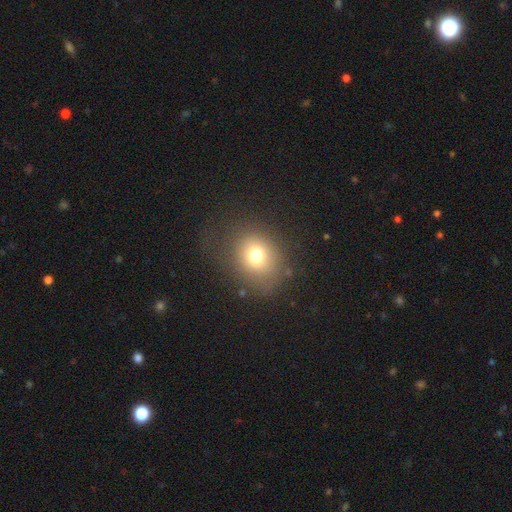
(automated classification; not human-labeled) A smooth galaxy with no disk features (73%) that is round (67%).

Vote fractions:
- Smooth or featured? smooth: 73% / star or artifact: 15% / featured or disk: 13%
- How rounded? round: 67% / in between: 32% / cigar-shaped: 1%
- Merging? none: 70% / minor disturbance: 16% / major disturbance: 12% / merger: 2%